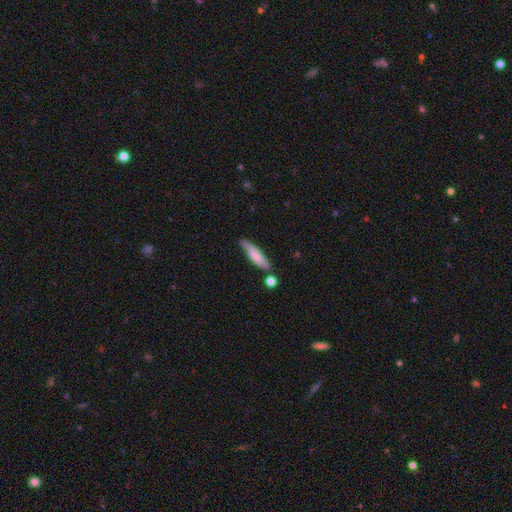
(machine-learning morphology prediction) A smooth galaxy with no disk features (69%) that is cigar-shaped (67%). Merging: none (64%).